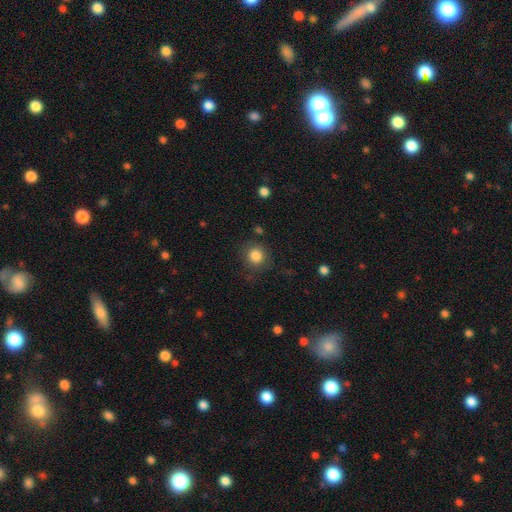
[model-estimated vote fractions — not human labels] smooth 85%, star or artifact 10%, featured or disk 5%. Down the decision tree: how rounded — round (89%); merging — none (80%).